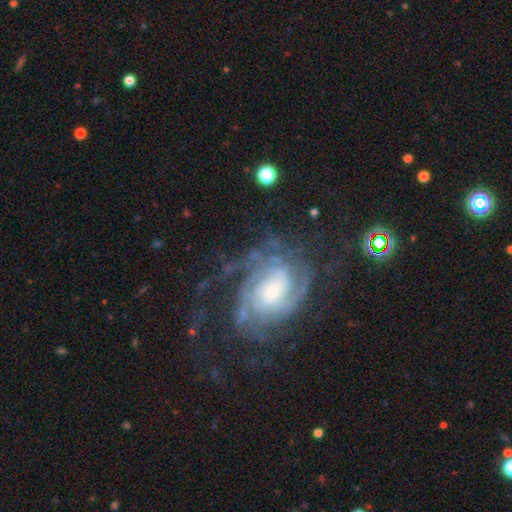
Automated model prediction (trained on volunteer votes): This is clearly a featured or disk galaxy (82%). It is clearly not viewed edge-on (97%). Bar: possibly no (51%). Spiral arm pattern: clearly yes (96%). Spiral arm count: marginally can't tell (31%). Spiral winding: possibly tight (55%). Central bulge: marginally moderate (43%). Merging: likely none (65%).